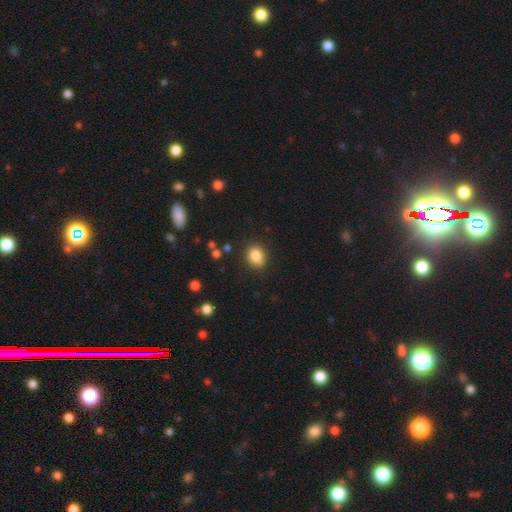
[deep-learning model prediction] smooth 84%, star or artifact 10%, featured or disk 6%. Down the decision tree: how rounded — round (60%); merging — none (76%).